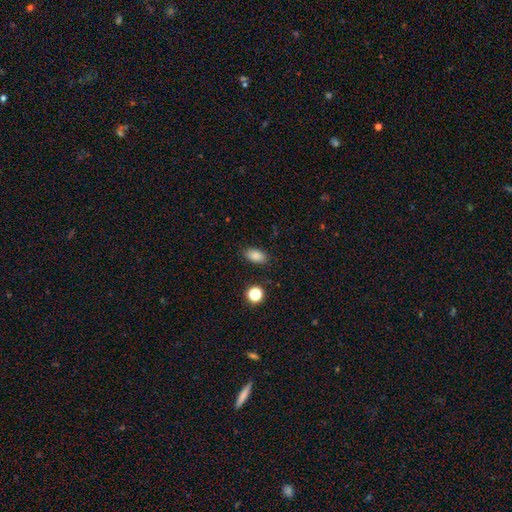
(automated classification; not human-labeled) smooth-or-featured: smooth: 85% | star or artifact: 10% | featured or disk: 5%
  how-rounded: in between: 89% | round: 7% | cigar-shaped: 4%
  merging: none: 86% | minor disturbance: 9% | major disturbance: 3% | merger: 2%